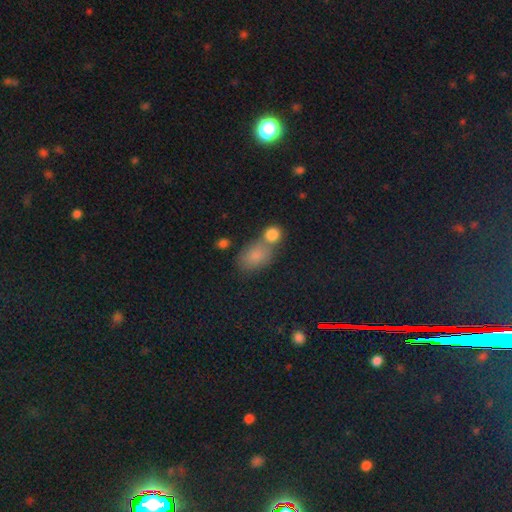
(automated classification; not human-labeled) Morphology: type=smooth (80%); roundness=in between (82%); merging=none (41%).